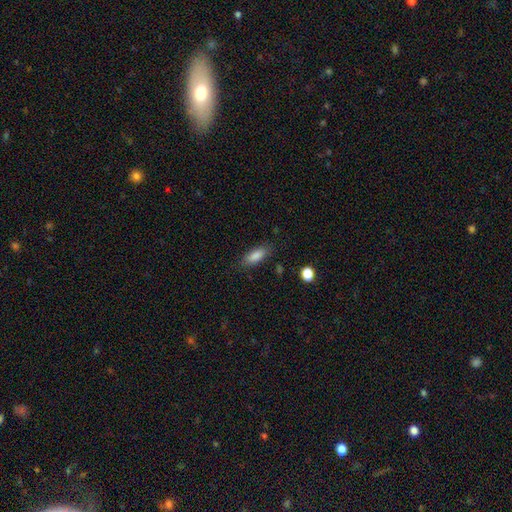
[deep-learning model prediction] smooth-or-featured: smooth: 85% | star or artifact: 8% | featured or disk: 7%
  how-rounded: in between: 74% | cigar-shaped: 23% | round: 2%
  merging: none: 81% | minor disturbance: 13% | major disturbance: 4% | merger: 2%